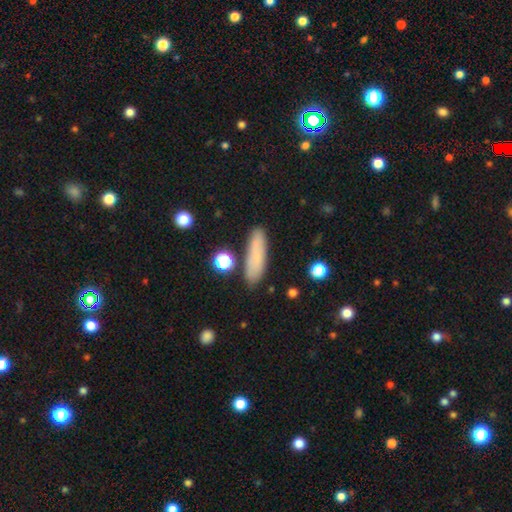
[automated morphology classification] Smooth or featured?
  - smooth: 79% *
  - featured or disk: 12%
  - star or artifact: 9%
How rounded?
  - cigar-shaped: 65% *
  - in between: 32%
  - round: 3%
Merging?
  - none: 83% *
  - minor disturbance: 11%
  - merger: 3%
  - major disturbance: 3%